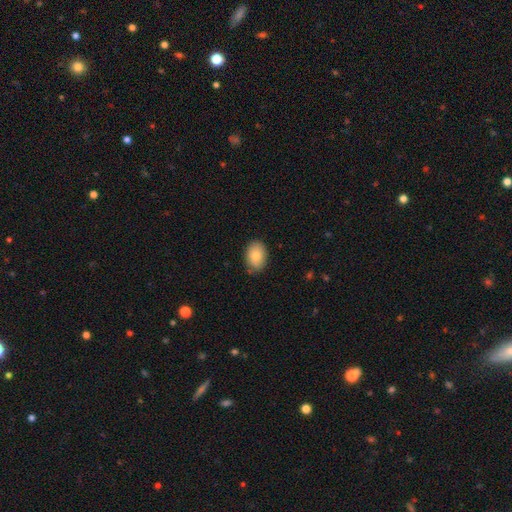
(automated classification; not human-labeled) smooth_or_featured: smooth (p=0.83) [alt: featured or disk p=0.10]
how_rounded: in between (p=0.82) [alt: round p=0.17]
merging: none (p=0.81) [alt: minor disturbance p=0.15]